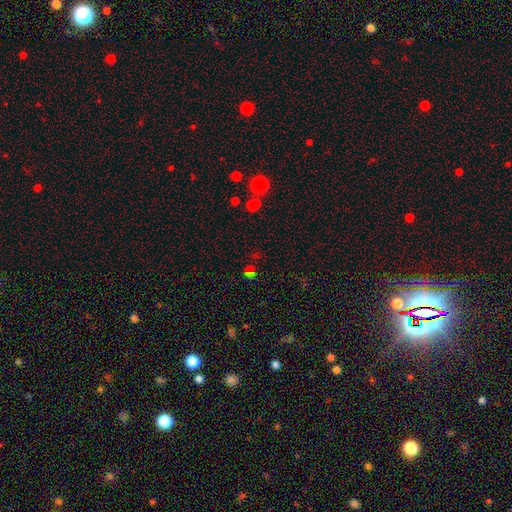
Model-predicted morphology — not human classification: Q: Smooth or featured?
A: star or artifact (55%); runner-up: smooth (37%)